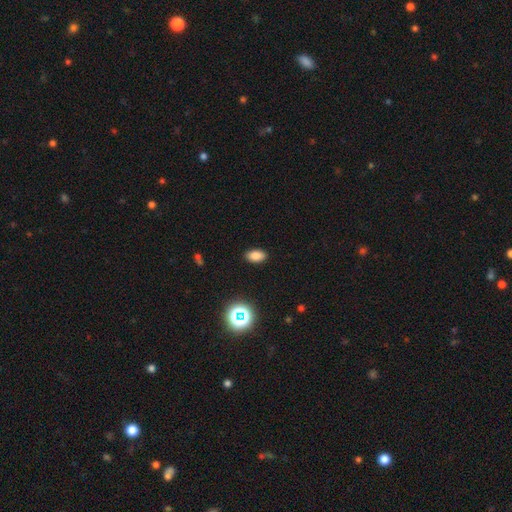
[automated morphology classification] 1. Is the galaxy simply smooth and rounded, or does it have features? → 81% smooth, 13% star or artifact, 6% featured or disk.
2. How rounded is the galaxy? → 89% in between, 9% round, 2% cigar-shaped.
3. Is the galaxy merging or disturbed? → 89% none, 8% minor disturbance, 2% major disturbance, 1% merger.